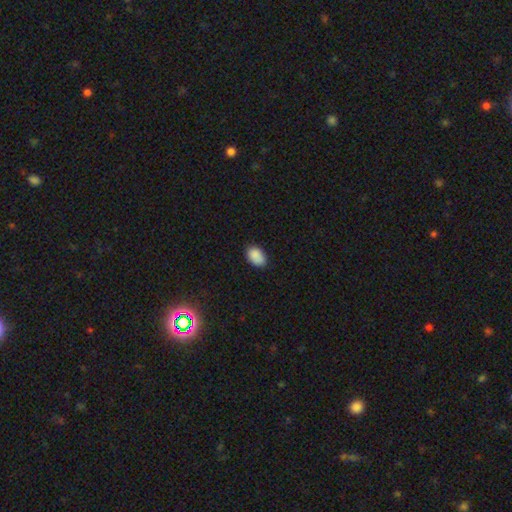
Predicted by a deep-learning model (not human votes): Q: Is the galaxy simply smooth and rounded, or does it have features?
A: smooth — 89%.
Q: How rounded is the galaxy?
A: in between — 87%.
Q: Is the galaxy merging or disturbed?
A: none — 80%.